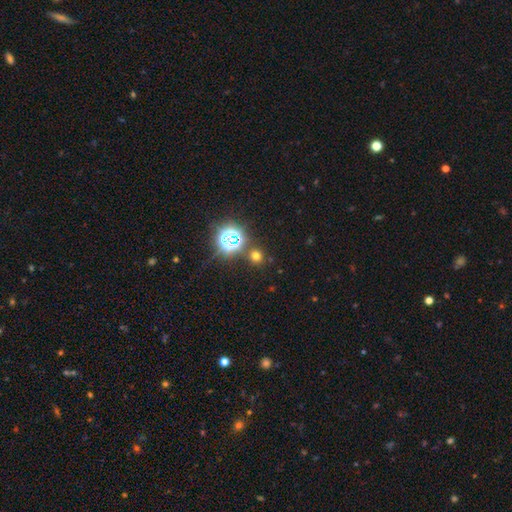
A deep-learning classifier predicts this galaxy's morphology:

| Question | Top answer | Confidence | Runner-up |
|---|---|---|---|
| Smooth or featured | smooth | 60% | star or artifact (34%) |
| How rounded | round | 91% | in between (8%) |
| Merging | none | 84% | minor disturbance (7%) |